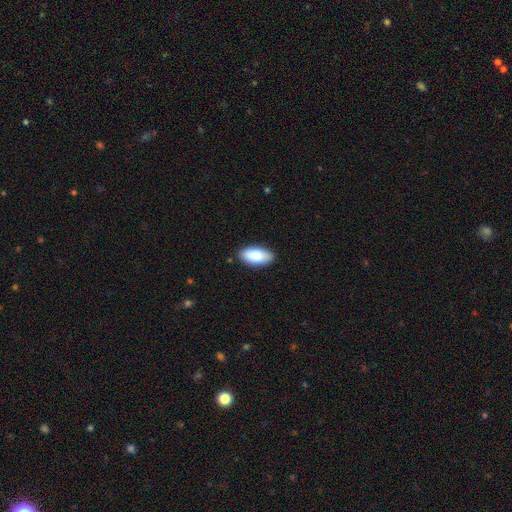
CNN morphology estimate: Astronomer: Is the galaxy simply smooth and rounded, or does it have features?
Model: smooth — 84%.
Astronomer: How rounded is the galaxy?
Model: in between — 92%.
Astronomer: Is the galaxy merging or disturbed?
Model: none — 88%.